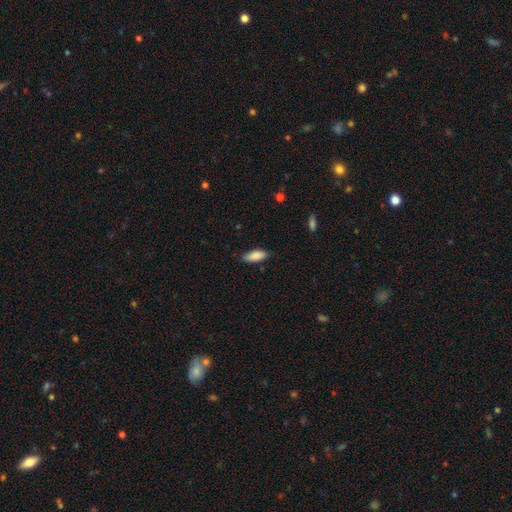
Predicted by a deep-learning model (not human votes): Smooth or featured?
  - smooth: 88% *
  - star or artifact: 6%
  - featured or disk: 6%
How rounded?
  - in between: 74% *
  - cigar-shaped: 24%
  - round: 2%
Merging?
  - none: 82% *
  - minor disturbance: 14%
  - major disturbance: 2%
  - merger: 1%